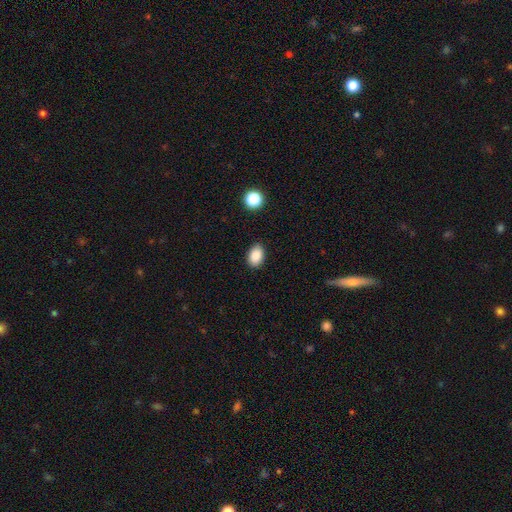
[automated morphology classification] type=smooth (87%); roundness=in between (87%); merging=none (86%).